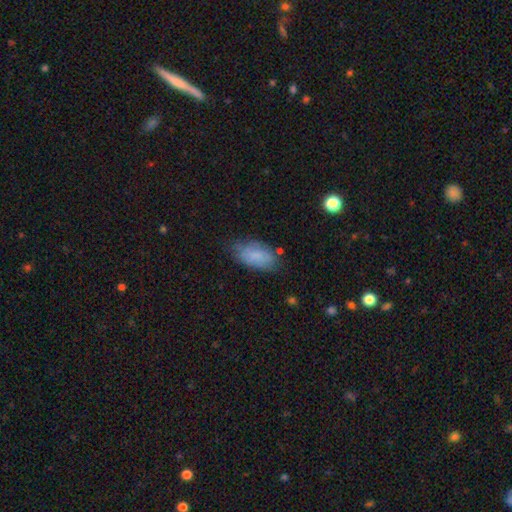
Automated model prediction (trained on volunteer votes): Smooth or featured: smooth — 78% (featured or disk — 14%)
How rounded: in between — 92% (cigar-shaped — 4%)
Merging: none — 65% (minor disturbance — 26%)